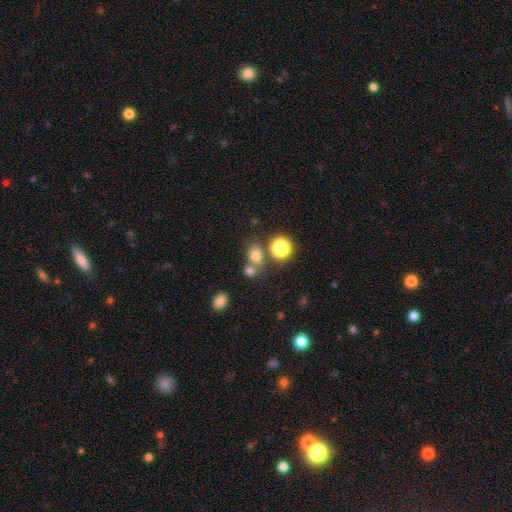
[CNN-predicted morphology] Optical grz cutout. It shows a smooth galaxy with no disk features (73%) that is in between round and cigar-shaped (55%). Merging: none (57%).